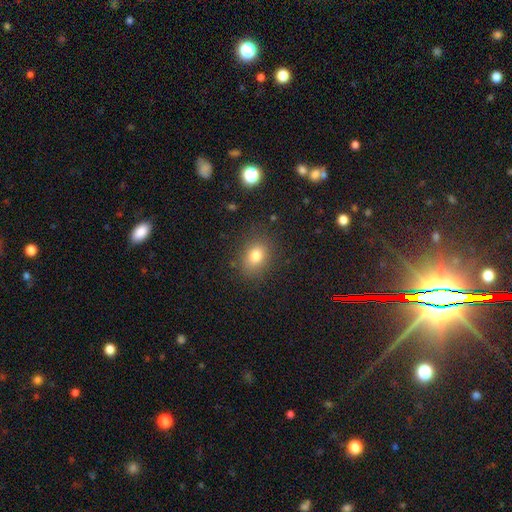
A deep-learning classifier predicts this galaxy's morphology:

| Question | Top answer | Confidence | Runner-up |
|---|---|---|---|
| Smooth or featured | smooth | 79% | star or artifact (12%) |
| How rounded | in between | 62% | round (37%) |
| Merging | none | 83% | minor disturbance (12%) |